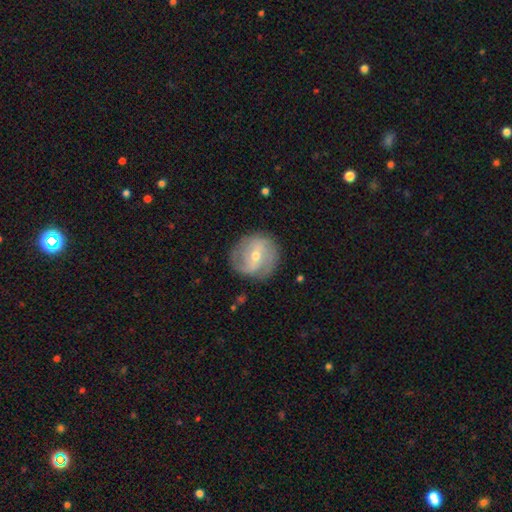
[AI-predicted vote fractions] featured or disk 72%, smooth 21%, star or artifact 7%. Down the decision tree: edge-on disk — no (96%); bar — weak (46%); spiral arms — yes (83%); spiral arm count — 2 (58%); spiral winding — medium (39%); bulge size — moderate (50%); merging — none (79%).